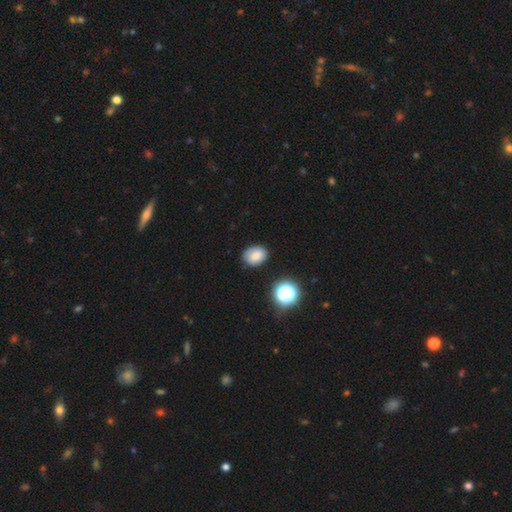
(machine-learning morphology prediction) Smooth or featured? Predicted: smooth (p=0.80). How rounded? Predicted: in between (p=0.63). Merging? Predicted: none (p=0.80).